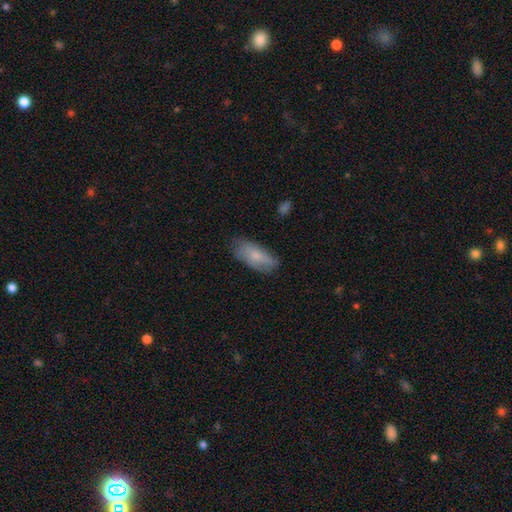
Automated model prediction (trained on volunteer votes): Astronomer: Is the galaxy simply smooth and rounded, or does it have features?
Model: smooth — 70%.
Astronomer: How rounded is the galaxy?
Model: in between — 83%.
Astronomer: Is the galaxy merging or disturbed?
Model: none — 70%.